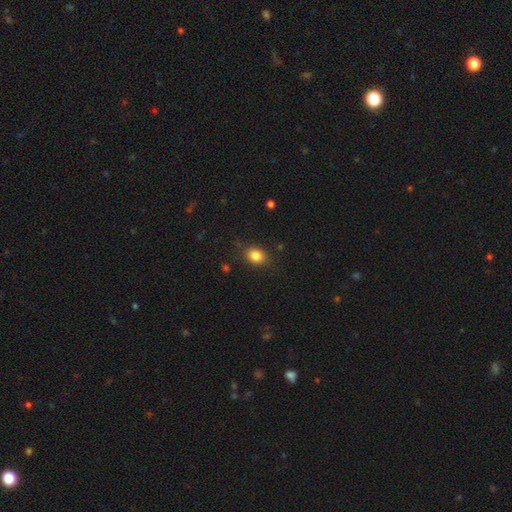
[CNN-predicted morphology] The model was most divided on "how rounded": in between: 56%, round: 43%, cigar-shaped: 1%. More confident: smooth or featured — smooth (84%); merging — none (83%).